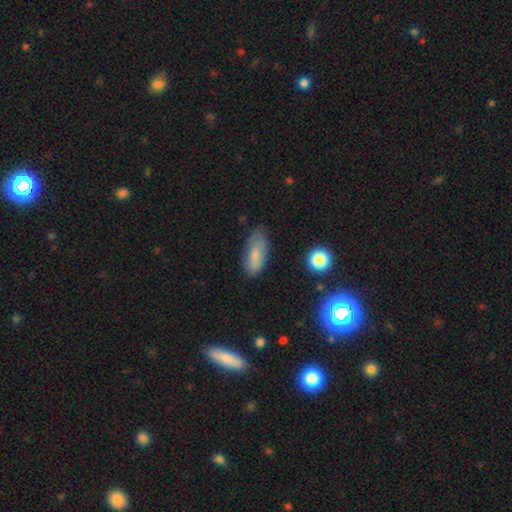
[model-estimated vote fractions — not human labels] A smooth galaxy with no disk features (79%) that is in between round and cigar-shaped (80%). Merging: none (67%).